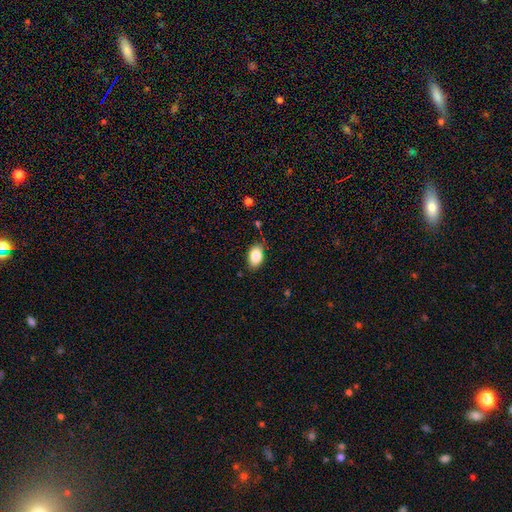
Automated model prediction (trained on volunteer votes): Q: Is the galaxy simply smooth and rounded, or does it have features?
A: smooth — 86%.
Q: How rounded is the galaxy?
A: in between — 91%.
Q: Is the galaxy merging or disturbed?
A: none — 80%.